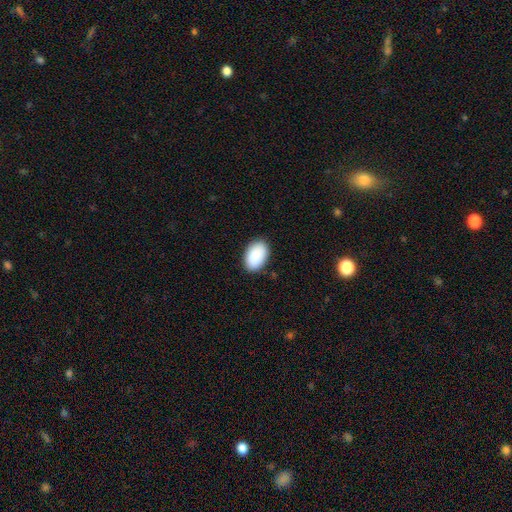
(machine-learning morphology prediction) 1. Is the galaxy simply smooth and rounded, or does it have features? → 91% smooth, 6% star or artifact, 3% featured or disk.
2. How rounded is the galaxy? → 93% in between, 6% round, 1% cigar-shaped.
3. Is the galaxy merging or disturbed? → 88% none, 9% minor disturbance, 2% major disturbance, 1% merger.